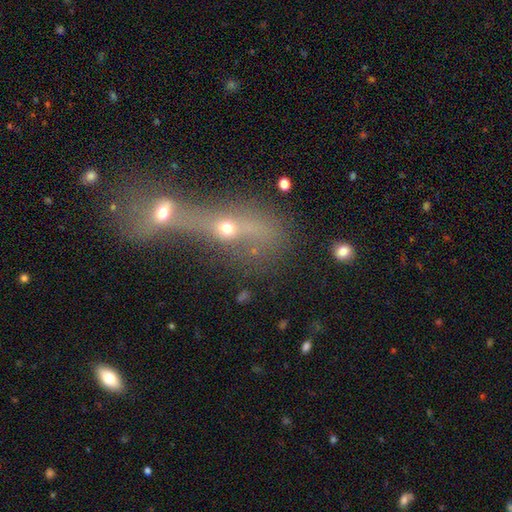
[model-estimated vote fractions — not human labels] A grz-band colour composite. It shows a smooth galaxy with no disk features (41%). Merging: merger (78%).